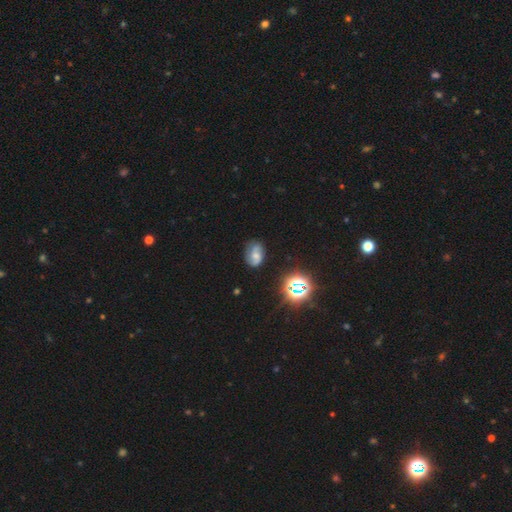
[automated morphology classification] The model was most divided on "smooth or featured": featured or disk: 50%, smooth: 34%, star or artifact: 15%. More confident: edge-on disk — no (96%); merging — none (69%).